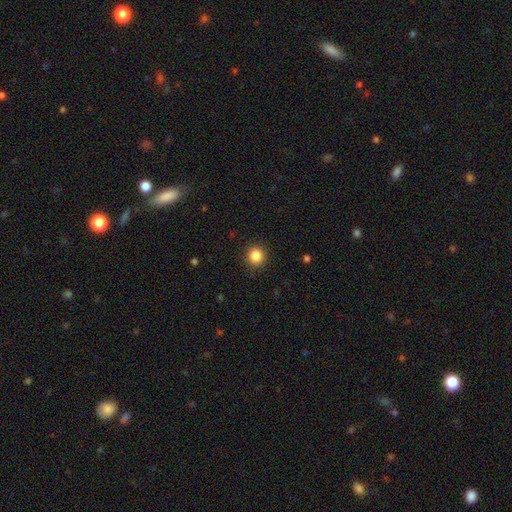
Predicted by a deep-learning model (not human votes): A smooth galaxy with no disk features (86%) that is round (92%). Merging: none (91%).